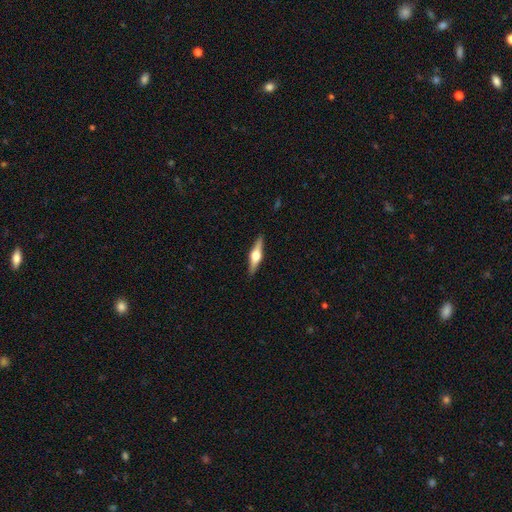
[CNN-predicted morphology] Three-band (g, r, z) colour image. It shows a featured or disk galaxy (70%) viewed edge-on (97%) with a rounded central bulge (95%). Merging: none (91%).